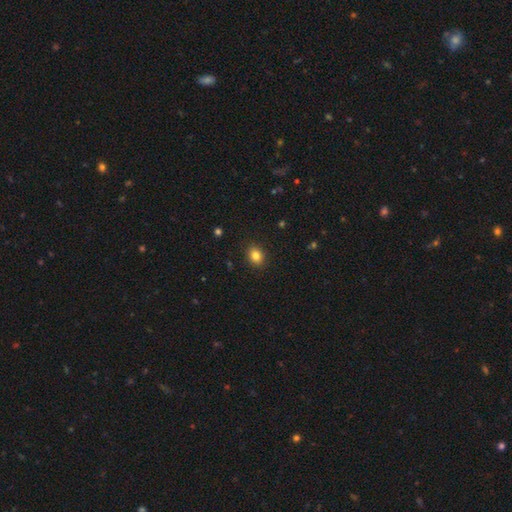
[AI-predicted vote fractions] Q: Smooth or featured?
A: smooth (83%); runner-up: star or artifact (11%)
Q: How rounded?
A: round (51%); runner-up: in between (48%)
Q: Merging?
A: none (89%); runner-up: minor disturbance (8%)